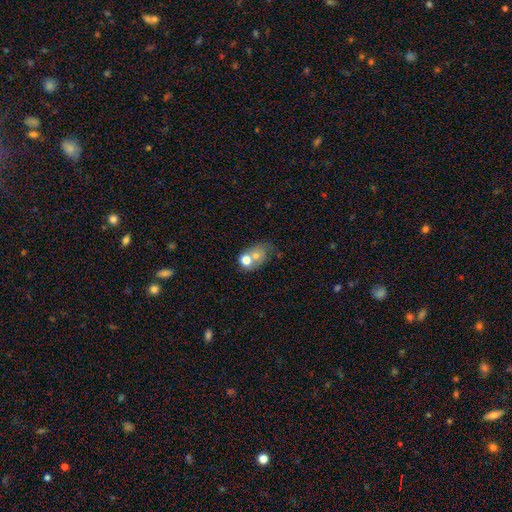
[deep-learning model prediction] A smooth galaxy with no disk features (65%) that is in between round and cigar-shaped (49%, tied with round). Merging: merger (57%).